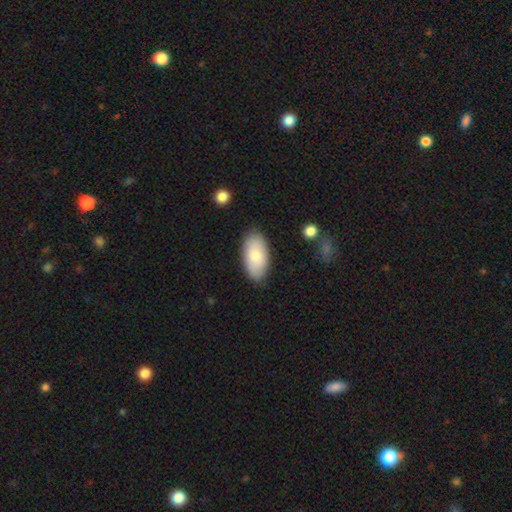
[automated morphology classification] The model was most divided on "smooth or featured": smooth: 77%, featured or disk: 18%, star or artifact: 6%. More confident: how rounded — in between (95%); merging — none (84%).